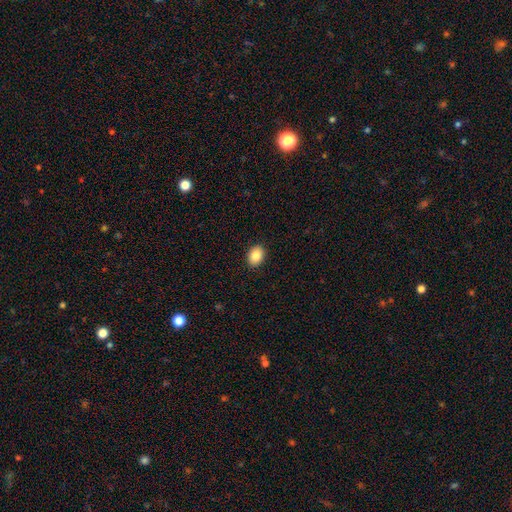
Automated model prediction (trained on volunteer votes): A smooth galaxy with no disk features (87%) that is in between round and cigar-shaped (70%).

Vote fractions:
- Smooth or featured? smooth: 87% / star or artifact: 8% / featured or disk: 5%
- How rounded? in between: 70% / round: 30% / cigar-shaped: 1%
- Merging? none: 91% / minor disturbance: 7% / major disturbance: 2% / merger: 1%